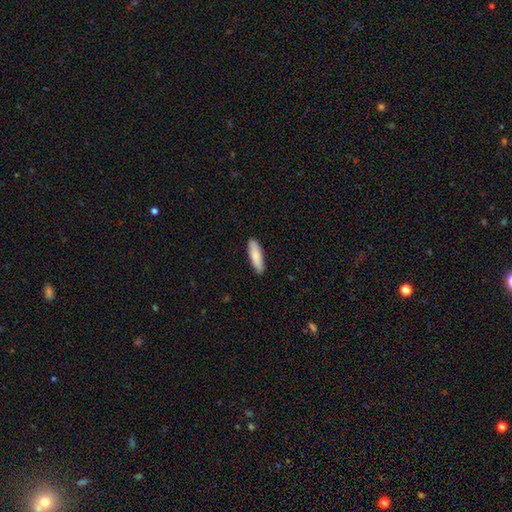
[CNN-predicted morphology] A smooth galaxy with no disk features (81%) that is cigar-shaped (61%). Merging: none (89%).